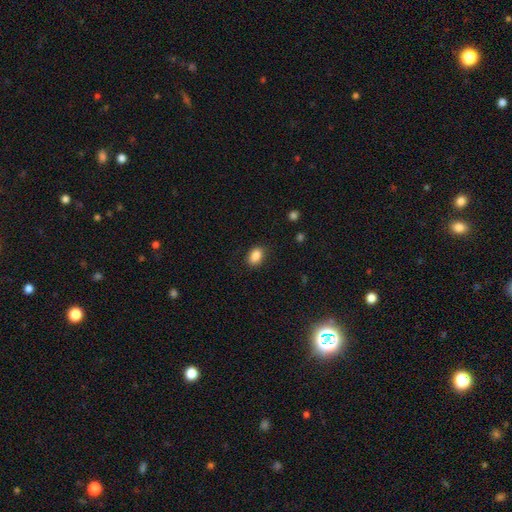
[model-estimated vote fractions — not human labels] smooth-or-featured: smooth: 87% | star or artifact: 9% | featured or disk: 4%
  how-rounded: in between: 81% | round: 17% | cigar-shaped: 1%
  merging: none: 85% | minor disturbance: 11% | major disturbance: 3% | merger: 1%